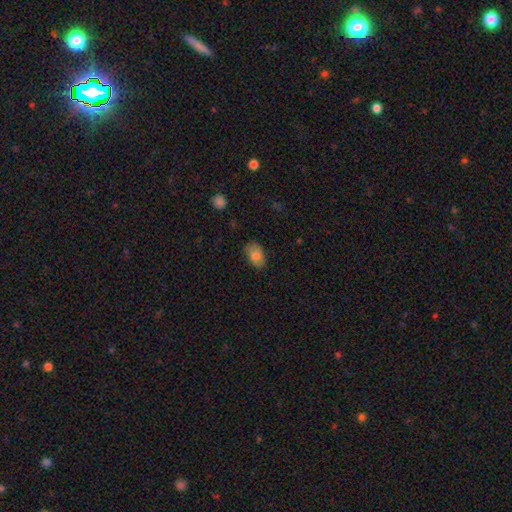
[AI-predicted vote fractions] smooth-or-featured: smooth: 80% | featured or disk: 12% | star or artifact: 8%
  how-rounded: in between: 87% | round: 12% | cigar-shaped: 1%
  merging: none: 71% | minor disturbance: 22% | major disturbance: 5% | merger: 1%